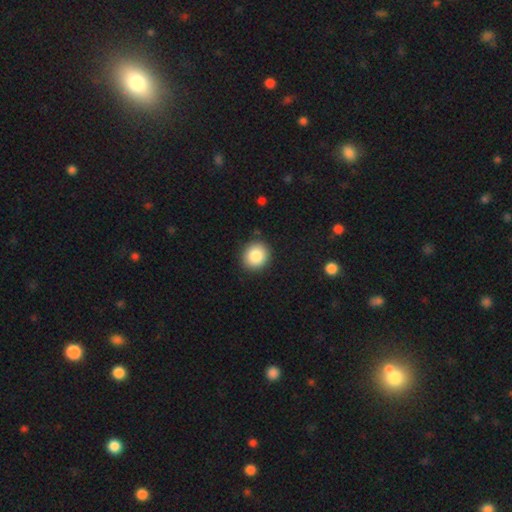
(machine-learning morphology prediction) Smooth or featured: smooth — 86% (star or artifact — 9%)
How rounded: round — 84% (in between — 15%)
Merging: none — 90% (minor disturbance — 7%)